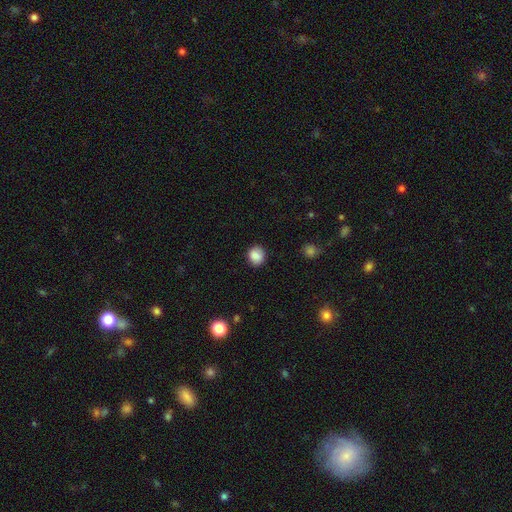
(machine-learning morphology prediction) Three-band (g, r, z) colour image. It shows a smooth galaxy with no disk features (87%) that is round (81%). Merging: none (88%).